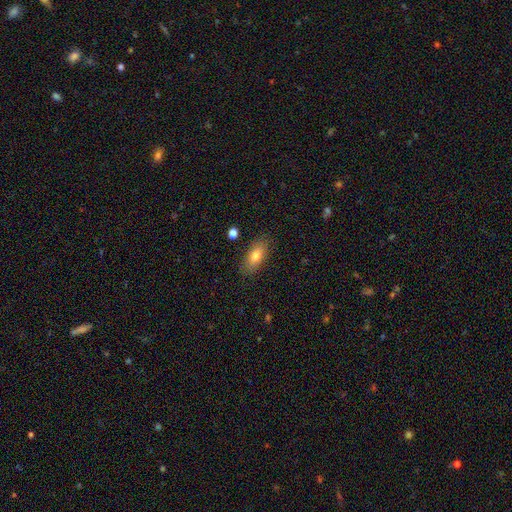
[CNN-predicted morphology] This is likely a smooth galaxy (77%). How rounded: clearly in between (83%). Merging: clearly none (85%).